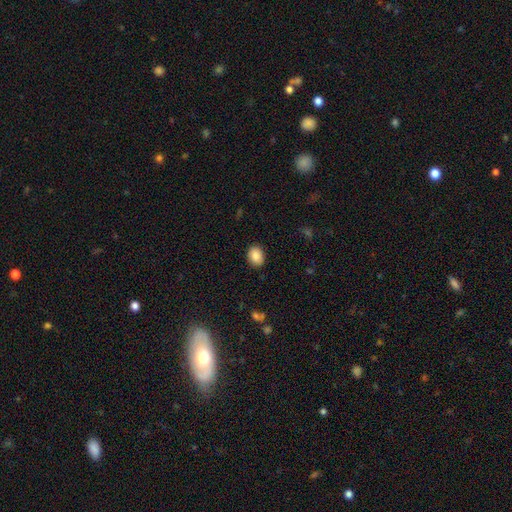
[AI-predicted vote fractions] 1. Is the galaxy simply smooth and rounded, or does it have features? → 87% smooth, 8% star or artifact, 5% featured or disk.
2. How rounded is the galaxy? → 64% in between, 35% round, 1% cigar-shaped.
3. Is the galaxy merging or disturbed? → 88% none, 9% minor disturbance, 2% major disturbance, 1% merger.